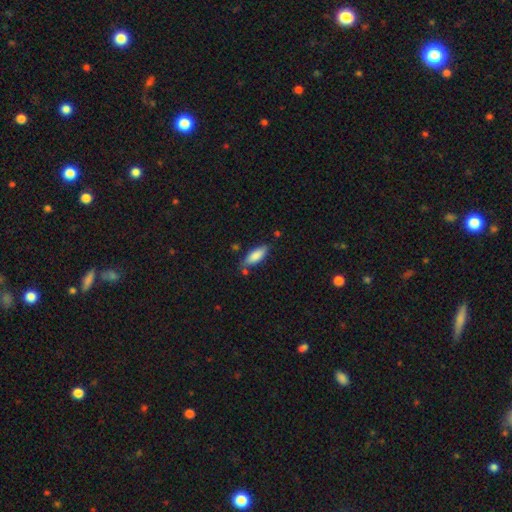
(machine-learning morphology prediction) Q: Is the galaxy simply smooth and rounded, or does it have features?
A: smooth — 83%.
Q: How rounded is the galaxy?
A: in between — 68%.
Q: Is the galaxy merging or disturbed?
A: none — 73%.